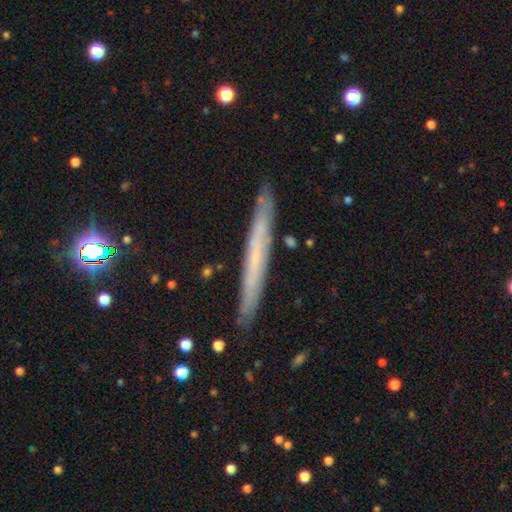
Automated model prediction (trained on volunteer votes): Smooth or featured: featured or disk — 50% (smooth — 41%)
Edge-on disk: yes — 92% (no — 8%)
Merging: none — 88% (minor disturbance — 9%)